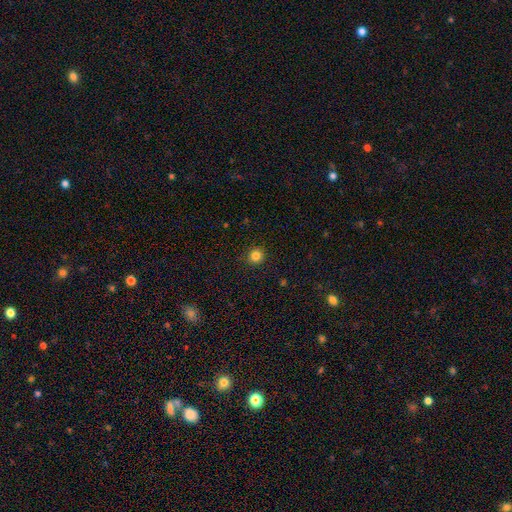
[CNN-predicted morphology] The model was most divided on "smooth or featured": smooth: 83%, star or artifact: 13%, featured or disk: 4%. More confident: how rounded — round (93%); merging — none (91%).